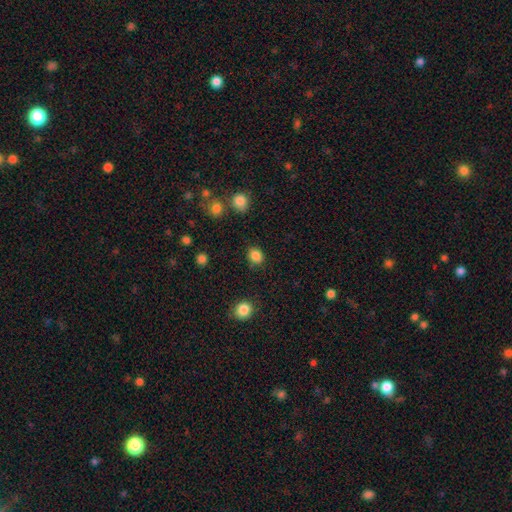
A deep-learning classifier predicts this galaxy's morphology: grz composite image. It shows a smooth galaxy with no disk features (86%) that is round (60%). Merging: none (85%).